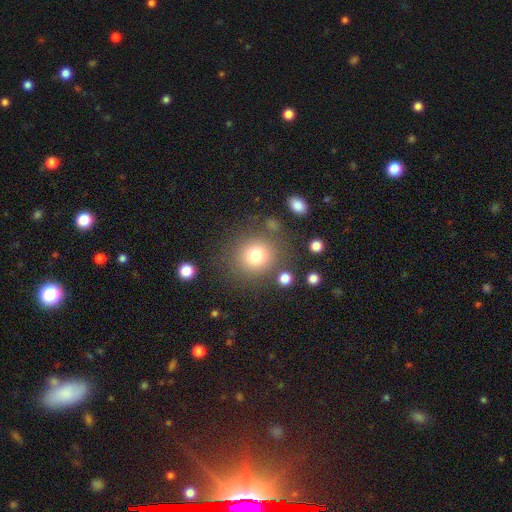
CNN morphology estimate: The model was most divided on "smooth or featured": smooth: 77%, star or artifact: 13%, featured or disk: 10%. More confident: how rounded — round (90%); merging — none (80%).